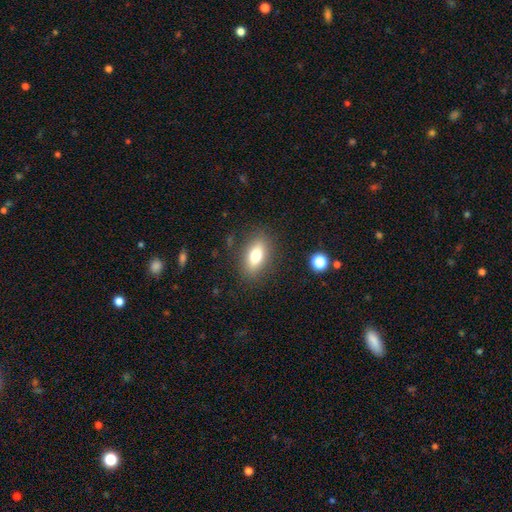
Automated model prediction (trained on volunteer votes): smooth_or_featured: smooth (p=0.74) [alt: featured or disk p=0.17]
how_rounded: in between (p=0.84) [alt: round p=0.09]
merging: none (p=0.84) [alt: minor disturbance p=0.10]